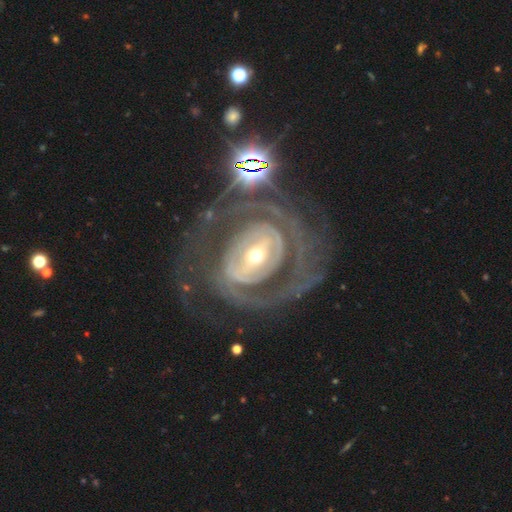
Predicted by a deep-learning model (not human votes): This is clearly a featured or disk galaxy (86%). It is clearly not viewed edge-on (96%). Bar: marginally strong (43%). Spiral arm pattern: clearly yes (80%). Spiral arm count: marginally 2 (39%). Spiral winding: likely tight (61%). Central bulge: possibly small (52%). Merging: possibly none (58%).